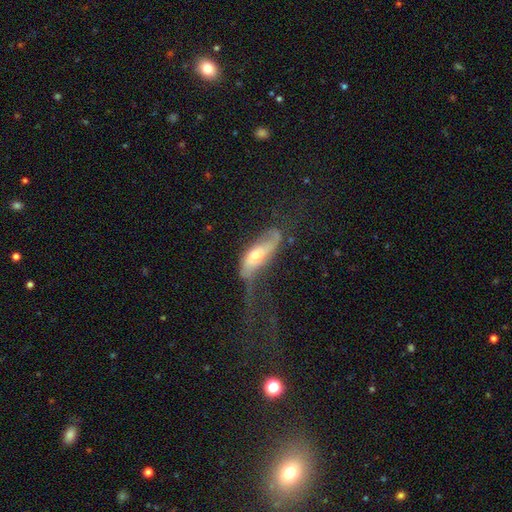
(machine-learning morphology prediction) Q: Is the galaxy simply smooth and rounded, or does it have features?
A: featured or disk — 52%.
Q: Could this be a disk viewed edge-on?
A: no — 71%.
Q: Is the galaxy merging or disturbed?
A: major disturbance — 47%.